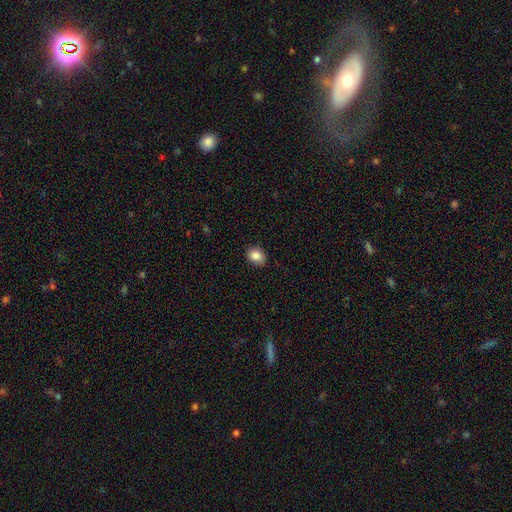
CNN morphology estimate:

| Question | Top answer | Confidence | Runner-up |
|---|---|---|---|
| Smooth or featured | smooth | 86% | star or artifact (9%) |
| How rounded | in between | 51% | round (48%) |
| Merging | none | 86% | minor disturbance (11%) |